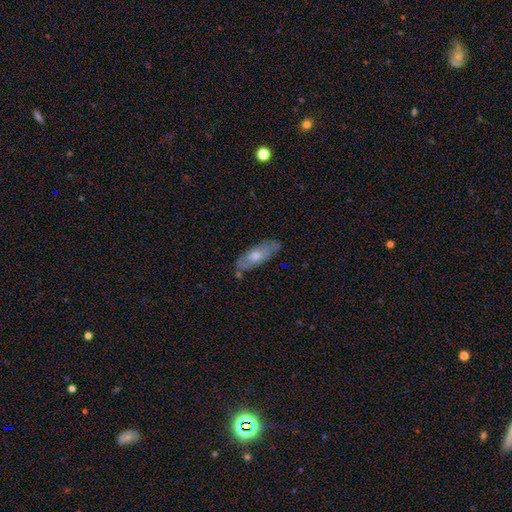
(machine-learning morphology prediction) Smooth or featured: featured or disk — 49% (smooth — 44%)
Merging: none — 78% (minor disturbance — 16%)